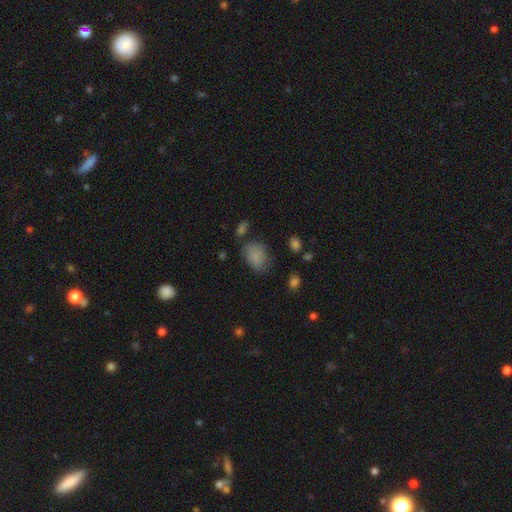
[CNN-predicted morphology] Smooth or featured? smooth (78%)
How rounded? in between (69%)
Merging? none (63%)